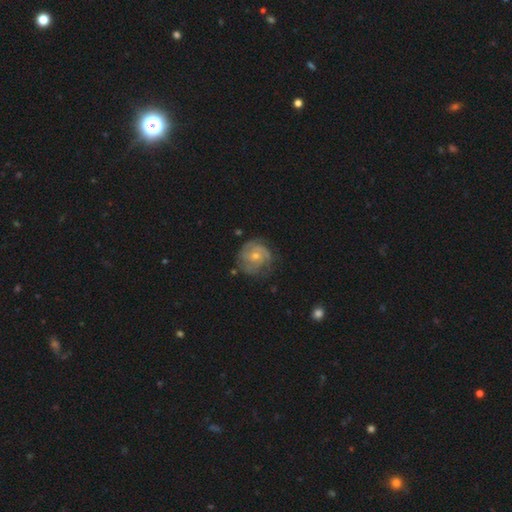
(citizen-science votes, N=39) Smooth or featured: featured or disk — 79% (smooth — 15%)
Edge-on disk: no — 100%
Bar: no — 84% (weak — 16%)
Spiral arms: yes — 97% (no — 3%)
Spiral winding: tight — 60% (medium — 27%)
Spiral arm count: 3 — 70% (can't tell — 17%)
Bulge size: small — 65% (moderate — 35%)
Merging: none — 62% (minor disturbance — 19%)